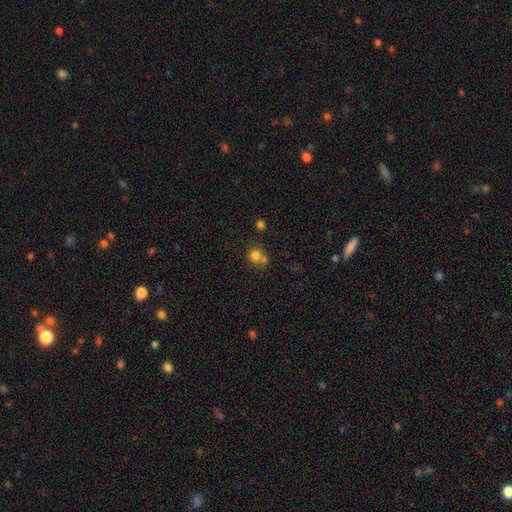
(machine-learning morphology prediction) Smooth or featured? smooth (78%)
How rounded? round (82%)
Merging? none (47%)